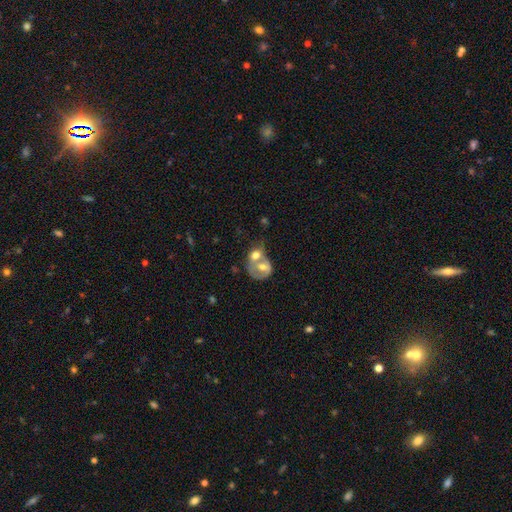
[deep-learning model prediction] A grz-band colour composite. It shows a smooth galaxy with no disk features (55%) that is round (55%). Merging: merger (74%).